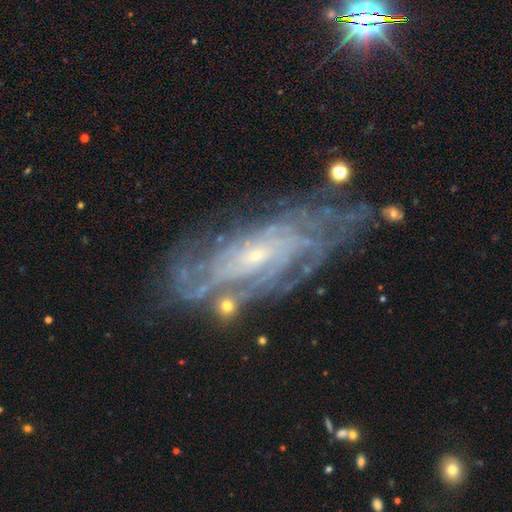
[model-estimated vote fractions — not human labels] Smooth or featured? featured or disk (85%)
Edge-on disk? no (90%)
Bar? no (64%)
Spiral arms? yes (94%)
Spiral winding? tight (72%)
Spiral arm count? can't tell (48%)
Bulge size? small (79%)
Merging? none (68%)